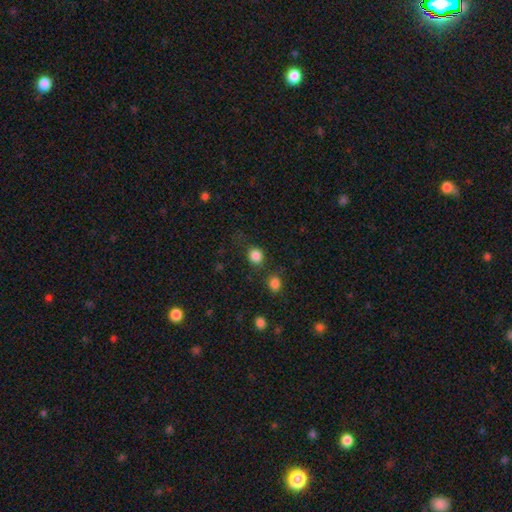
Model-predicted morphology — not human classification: Q: Smooth or featured?
A: smooth (84%); runner-up: star or artifact (11%)
Q: How rounded?
A: round (80%); runner-up: in between (19%)
Q: Merging?
A: none (76%); runner-up: minor disturbance (12%)